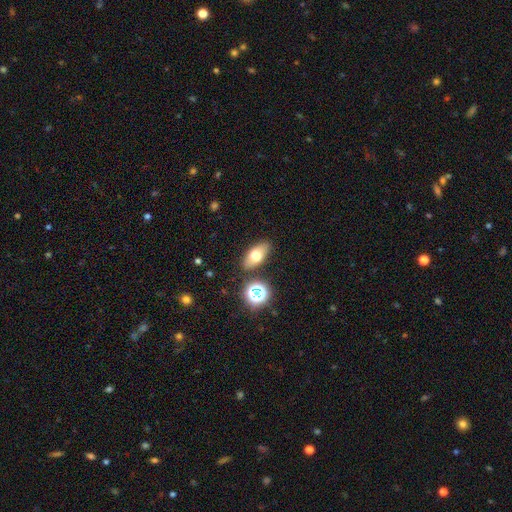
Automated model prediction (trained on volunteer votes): Smooth or featured? smooth (68%)
How rounded? in between (83%)
Merging? none (83%)